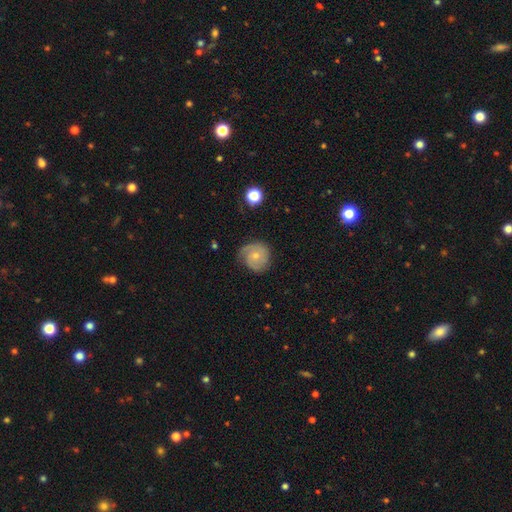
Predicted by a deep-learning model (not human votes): Overall: featured or disk (65%; smooth 27%). Edge-on disk: no (97%). Bar: no (76%). Spiral arms: yes (91%). Spiral arm count: 2 (44%; 1 24%). Spiral winding: tight (55%; medium 33%). Bulge size: small (62%; moderate 34%). Merging: none (66%).